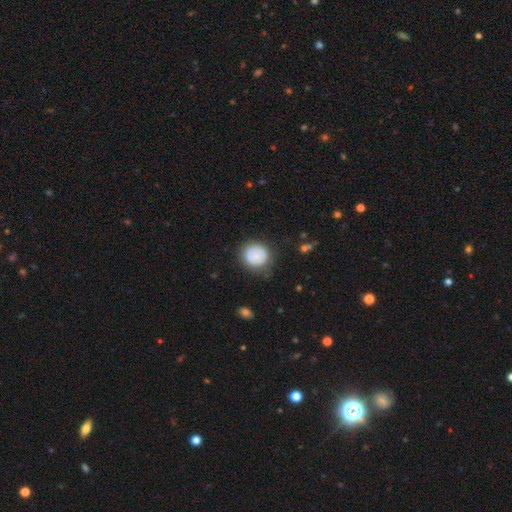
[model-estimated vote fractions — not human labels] A smooth galaxy with no disk features (70%) that is round (88%).

Vote fractions:
- Smooth or featured? smooth: 70% / featured or disk: 22% / star or artifact: 8%
- How rounded? round: 88% / in between: 11% / cigar-shaped: 1%
- Merging? none: 77% / minor disturbance: 16% / major disturbance: 6% / merger: 1%